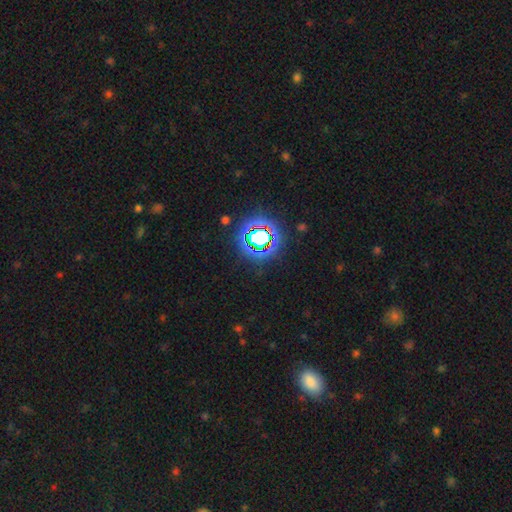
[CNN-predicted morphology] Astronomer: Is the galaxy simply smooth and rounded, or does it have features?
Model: star or artifact — 77%.